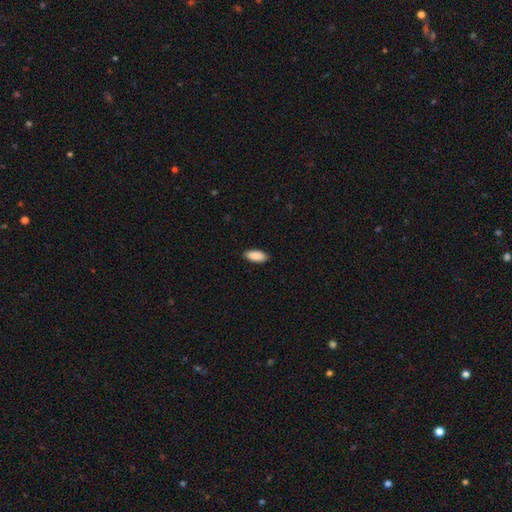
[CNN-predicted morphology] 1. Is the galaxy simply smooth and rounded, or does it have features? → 91% smooth, 6% star or artifact, 3% featured or disk.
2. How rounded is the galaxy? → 90% in between, 8% cigar-shaped, 2% round.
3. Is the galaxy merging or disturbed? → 89% none, 9% minor disturbance, 2% major disturbance, 1% merger.